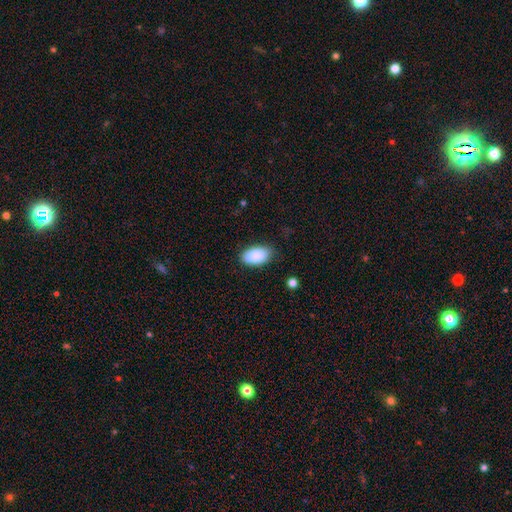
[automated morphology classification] Smooth or featured? smooth (90%)
How rounded? in between (94%)
Merging? none (82%)